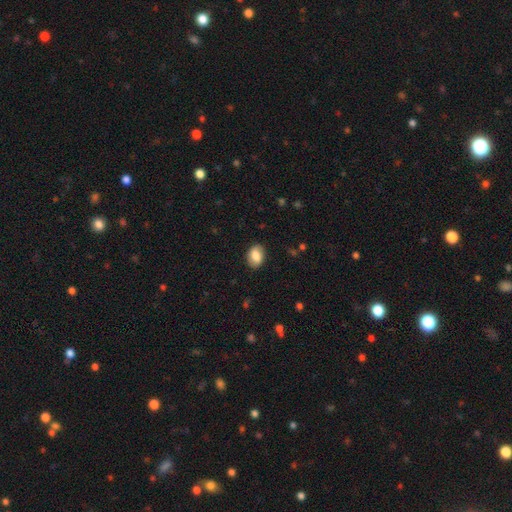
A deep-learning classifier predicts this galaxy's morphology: Smooth or featured?
  - smooth: 79% *
  - featured or disk: 14%
  - star or artifact: 7%
How rounded?
  - in between: 79% *
  - round: 19%
  - cigar-shaped: 1%
Merging?
  - none: 85% *
  - minor disturbance: 11%
  - major disturbance: 3%
  - merger: 1%